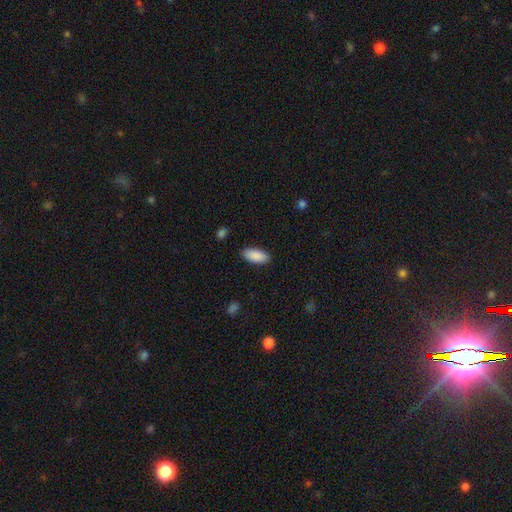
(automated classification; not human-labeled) A smooth galaxy with no disk features (90%) that is in between round and cigar-shaped (88%). Merging: none (87%).